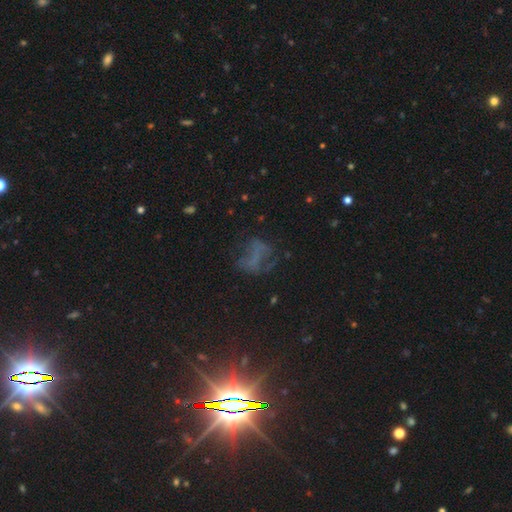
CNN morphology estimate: The model was most divided on "smooth or featured": featured or disk: 38%, star or artifact: 34%, smooth: 28%. Remaining: merging — none (44%).